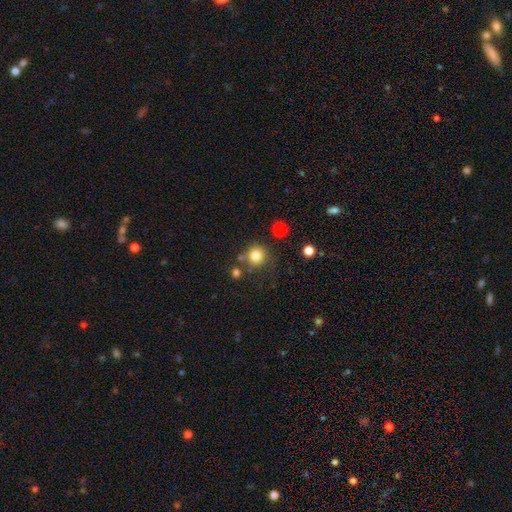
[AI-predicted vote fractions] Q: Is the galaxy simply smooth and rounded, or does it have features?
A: smooth — 81%.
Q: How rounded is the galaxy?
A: round — 91%.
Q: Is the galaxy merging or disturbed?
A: none — 73%.